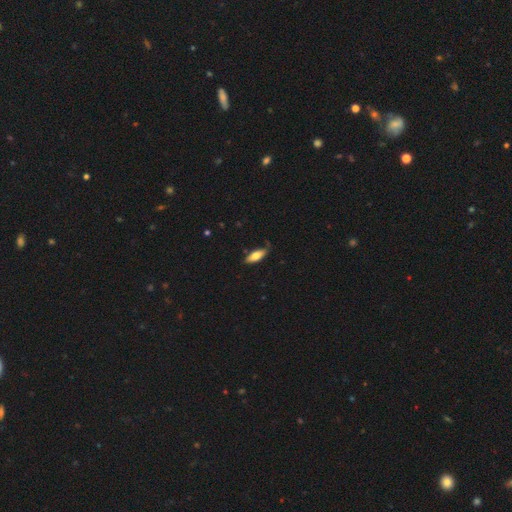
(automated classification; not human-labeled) A smooth galaxy with no disk features (74%) that is in between round and cigar-shaped (72%).

Vote fractions:
- Smooth or featured? smooth: 74% / featured or disk: 20% / star or artifact: 6%
- How rounded? in between: 72% / cigar-shaped: 26% / round: 2%
- Merging? none: 70% / minor disturbance: 24% / major disturbance: 4% / merger: 2%